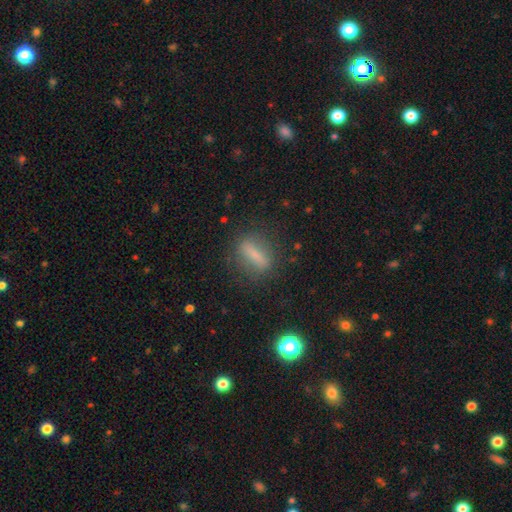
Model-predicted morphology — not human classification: smooth 64%, featured or disk 25%, star or artifact 11%. Down the decision tree: how rounded — cigar-shaped (52%); merging — none (80%).